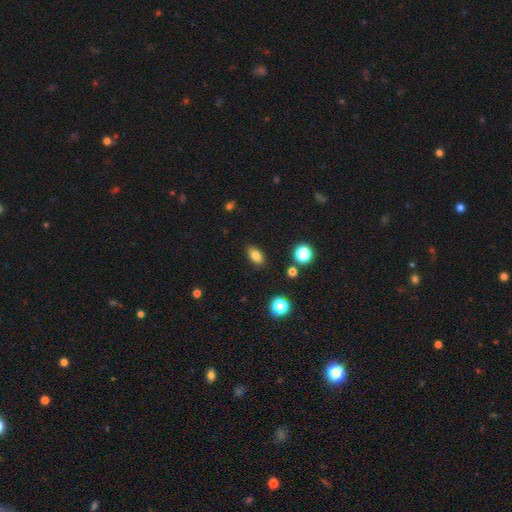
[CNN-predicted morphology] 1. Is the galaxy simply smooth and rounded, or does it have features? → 83% smooth, 11% star or artifact, 6% featured or disk.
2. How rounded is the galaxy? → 87% in between, 9% round, 4% cigar-shaped.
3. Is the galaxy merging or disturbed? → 87% none, 9% minor disturbance, 2% major disturbance, 2% merger.